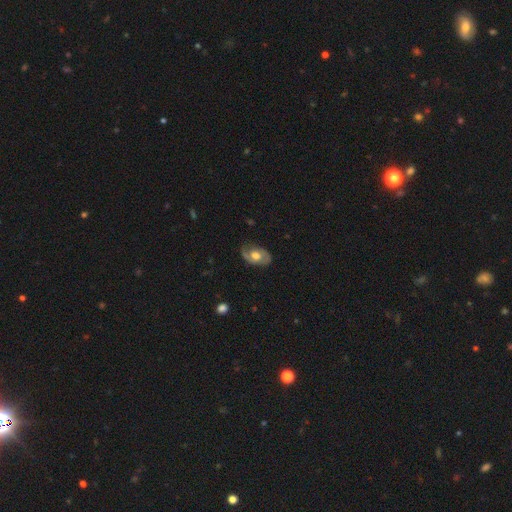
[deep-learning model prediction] Overall: featured or disk (65%; smooth 29%). Edge-on disk: no (94%). Bar: no (70%). Spiral arms: yes (79%). Bulge size: moderate (63%; large 27%). Merging: none (74%).